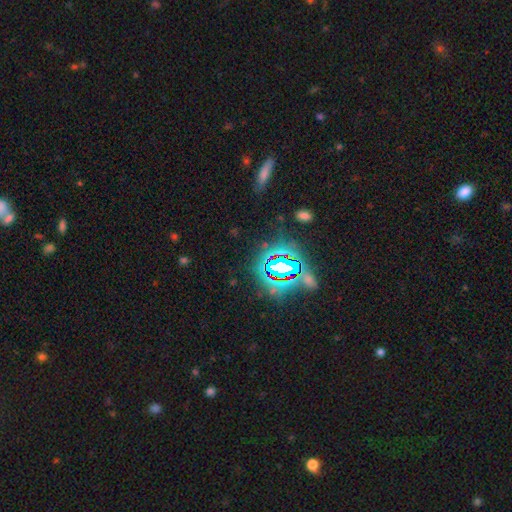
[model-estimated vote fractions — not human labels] Smooth or featured? Predicted: star or artifact (p=0.78).